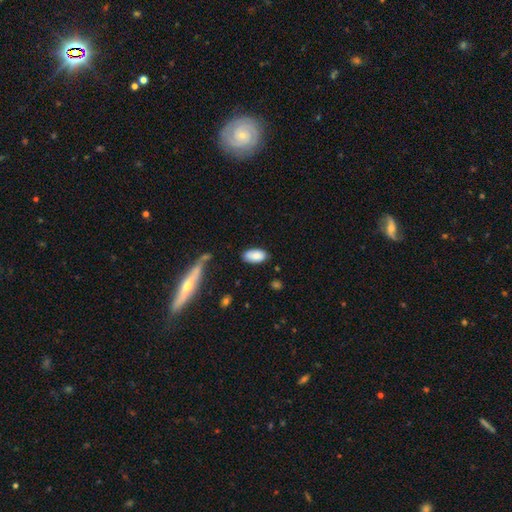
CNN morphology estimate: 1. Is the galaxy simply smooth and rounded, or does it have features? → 85% smooth, 8% featured or disk, 7% star or artifact.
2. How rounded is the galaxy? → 94% in between, 3% cigar-shaped, 2% round.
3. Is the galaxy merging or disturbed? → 78% none, 16% minor disturbance, 4% major disturbance, 3% merger.